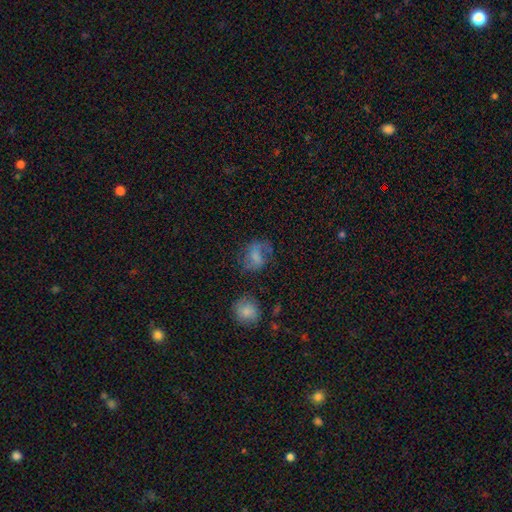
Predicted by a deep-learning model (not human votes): Smooth or featured: smooth — 47% (featured or disk — 41%)
Merging: none — 53% (minor disturbance — 23%)